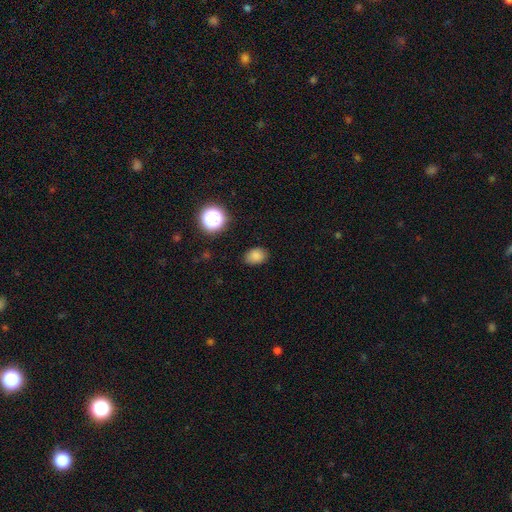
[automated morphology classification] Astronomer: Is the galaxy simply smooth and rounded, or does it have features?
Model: smooth — 81%.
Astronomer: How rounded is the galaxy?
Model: in between — 69%.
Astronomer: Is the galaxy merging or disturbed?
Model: none — 81%.